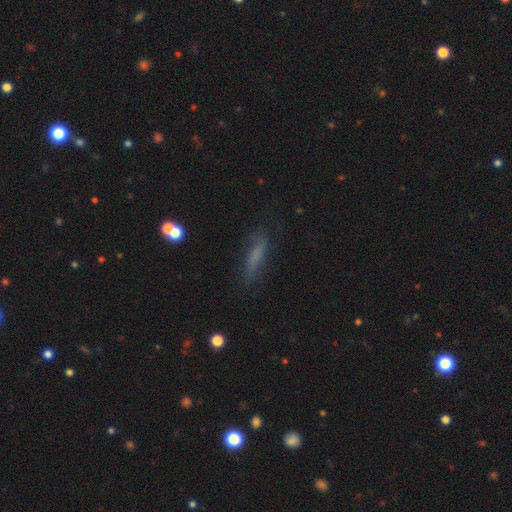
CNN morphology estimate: A smooth galaxy with no disk features (60%) that is cigar-shaped (71%). Merging: none (69%).